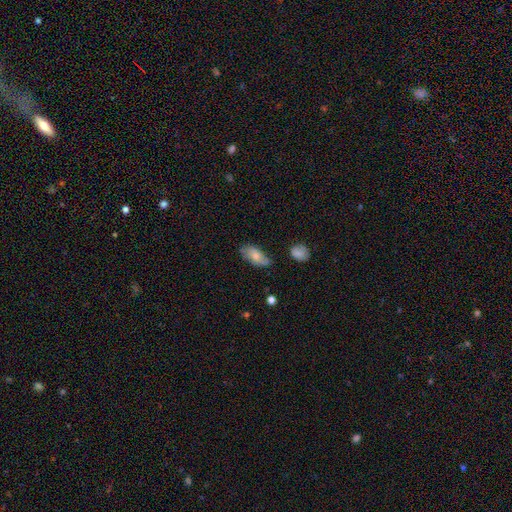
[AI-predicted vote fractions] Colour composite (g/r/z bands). It shows a smooth galaxy with no disk features (68%) that is in between round and cigar-shaped (88%). Merging: none (60%).